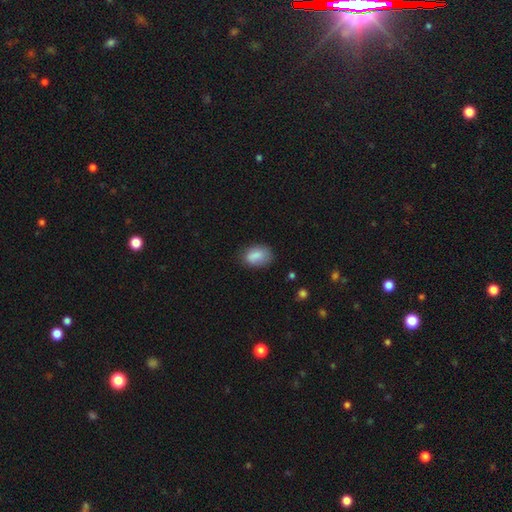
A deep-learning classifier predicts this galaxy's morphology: Smooth or featured?
  - smooth: 85% *
  - star or artifact: 8%
  - featured or disk: 7%
How rounded?
  - in between: 85% *
  - round: 13%
  - cigar-shaped: 1%
Merging?
  - none: 70% *
  - minor disturbance: 23%
  - major disturbance: 5%
  - merger: 2%